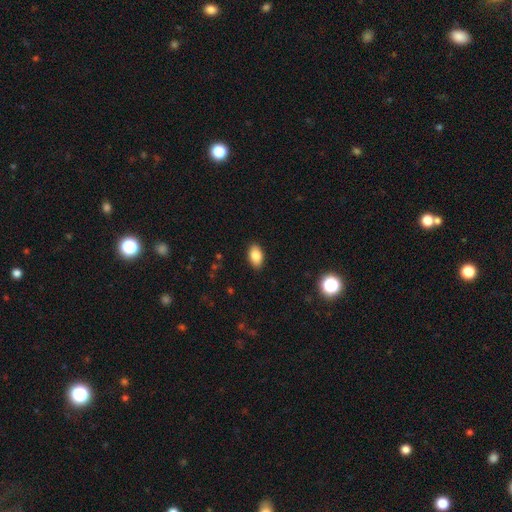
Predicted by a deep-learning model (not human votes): This appears to be a smooth galaxy with no disk features (85%) that is in between round and cigar-shaped (92%). Merging: none (89%).